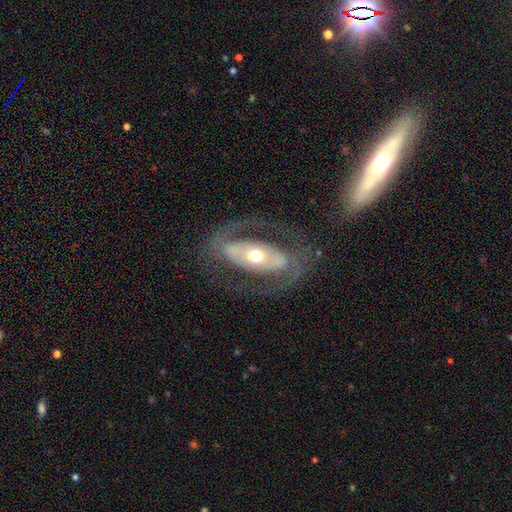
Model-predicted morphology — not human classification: Q: Smooth or featured?
A: featured or disk (77%); runner-up: smooth (18%)
Q: Edge-on disk?
A: no (90%); runner-up: yes (10%)
Q: Bar?
A: no (52%); runner-up: strong (26%)
Q: Spiral arms?
A: yes (64%); runner-up: no (36%)
Q: Bulge size?
A: moderate (67%); runner-up: small (17%)
Q: Merging?
A: none (72%); runner-up: major disturbance (14%)